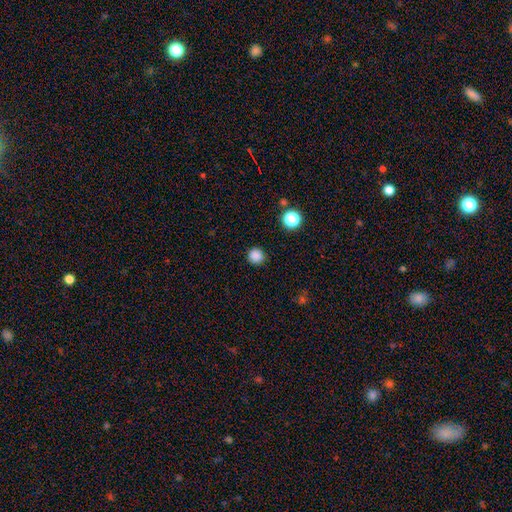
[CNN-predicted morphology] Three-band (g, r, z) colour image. It shows a smooth galaxy with no disk features (84%) that is round (94%). Merging: none (90%).